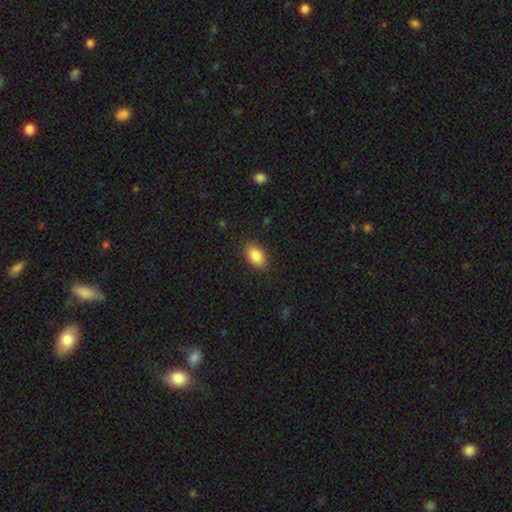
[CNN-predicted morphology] A smooth galaxy with no disk features (87%) that is in between round and cigar-shaped (90%). Merging: none (87%).